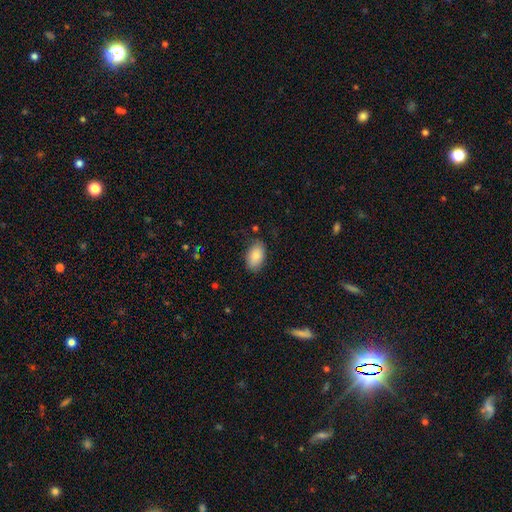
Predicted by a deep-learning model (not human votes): Smooth or featured? smooth (86%)
How rounded? in between (93%)
Merging? none (81%)